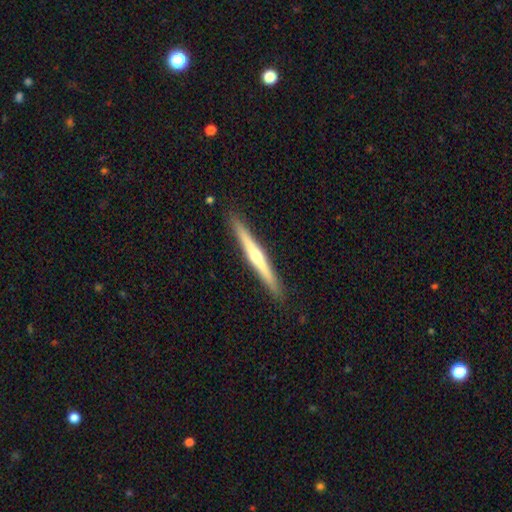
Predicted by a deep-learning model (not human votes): This is likely a featured or disk galaxy (71%). It is clearly viewed edge-on (98%). Edge-on bulge: clearly rounded (82%). Merging: clearly none (91%).